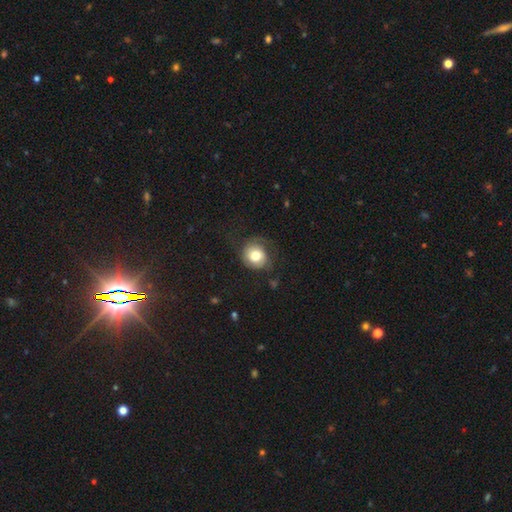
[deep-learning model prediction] Morphology: type=smooth (69%); roundness=round (79%); merging=none (61%).